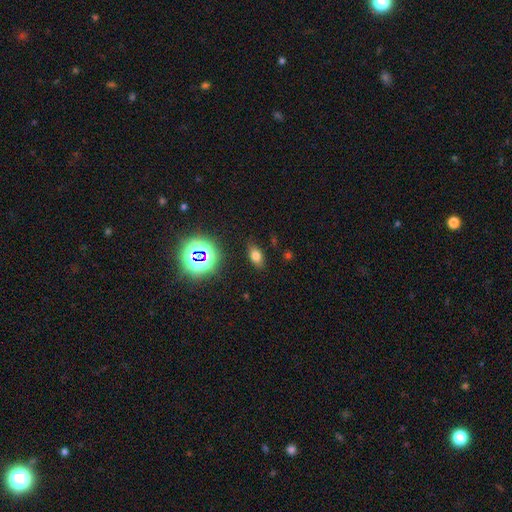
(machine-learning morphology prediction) Smooth or featured: smooth — 68% (star or artifact — 21%)
How rounded: in between — 84% (round — 12%)
Merging: none — 85% (minor disturbance — 11%)